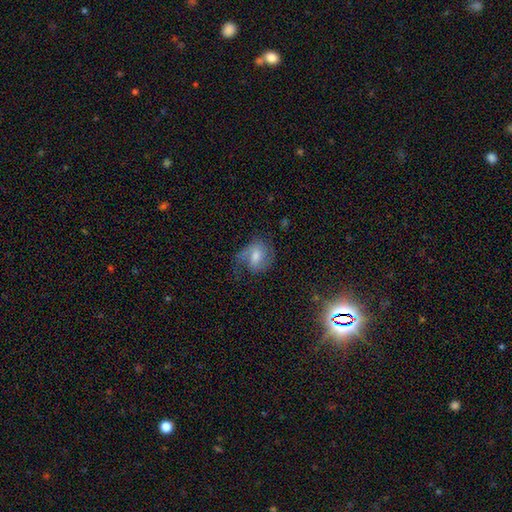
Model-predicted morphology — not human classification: Smooth or featured?
  - featured or disk: 60% *
  - smooth: 31%
  - star or artifact: 9%
Edge-on disk?
  - no: 97% *
  - yes: 3%
Bar?
  - weak: 45% *
  - no: 44%
  - strong: 11%
Spiral arms?
  - yes: 88% *
  - no: 12%
Spiral winding?
  - medium: 45% *
  - loose: 36%
  - tight: 19%
Spiral arm count?
  - 2: 62% *
  - 1: 25%
  - can't tell: 9%
  - 3: 2%
  - 4: 1%
  - more than 4: 1%
Bulge size?
  - moderate: 56% *
  - small: 21%
  - large: 15%
  - none: 6%
  - dominant: 2%
Merging?
  - none: 50% *
  - major disturbance: 24%
  - minor disturbance: 24%
  - merger: 2%